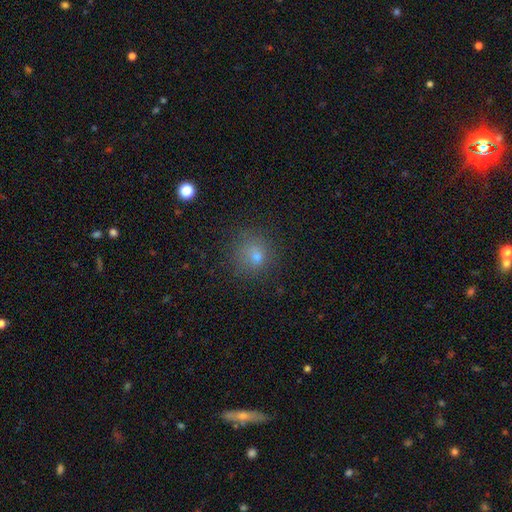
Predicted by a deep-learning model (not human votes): Q: Smooth or featured?
A: smooth (70%); runner-up: star or artifact (20%)
Q: How rounded?
A: round (86%); runner-up: in between (13%)
Q: Merging?
A: none (80%); runner-up: minor disturbance (12%)